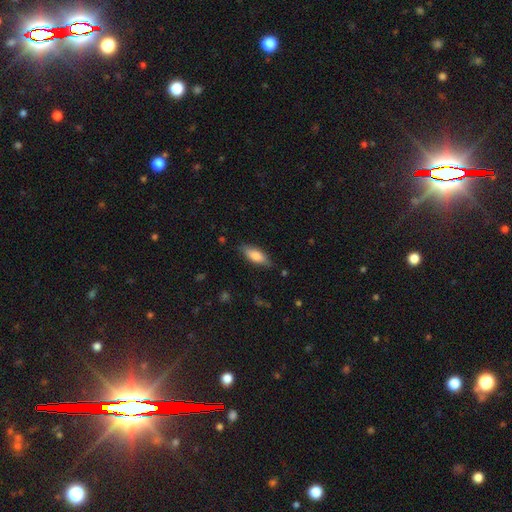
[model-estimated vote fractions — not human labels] The model was most divided on "how rounded": in between: 67%, cigar-shaped: 31%, round: 2%. More confident: merging — none (82%); smooth or featured — smooth (76%).